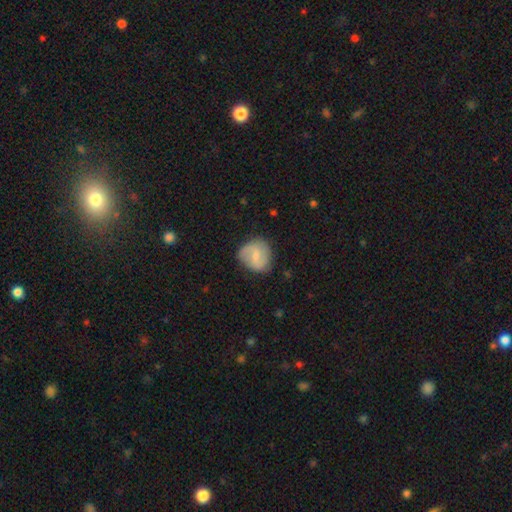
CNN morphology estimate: Smooth or featured?
  - smooth: 54% *
  - featured or disk: 40%
  - star or artifact: 7%
How rounded?
  - round: 78% *
  - in between: 21%
  - cigar-shaped: 1%
Merging?
  - none: 69% *
  - minor disturbance: 23%
  - major disturbance: 7%
  - merger: 2%